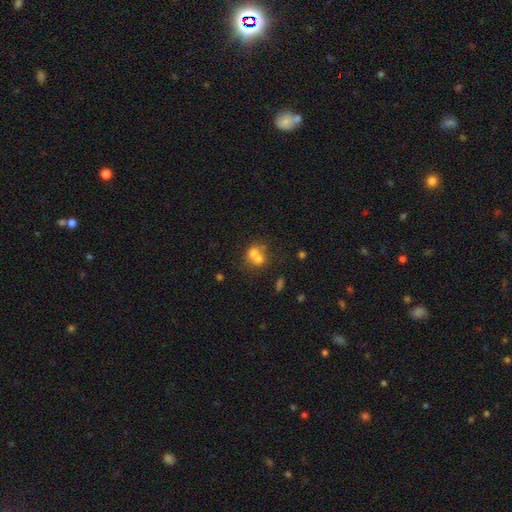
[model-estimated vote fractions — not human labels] smooth-or-featured: smooth: 64% | featured or disk: 23% | star or artifact: 13%
  how-rounded: round: 69% | in between: 30% | cigar-shaped: 1%
  merging: merger: 63% | none: 27% | minor disturbance: 6% | major disturbance: 4%